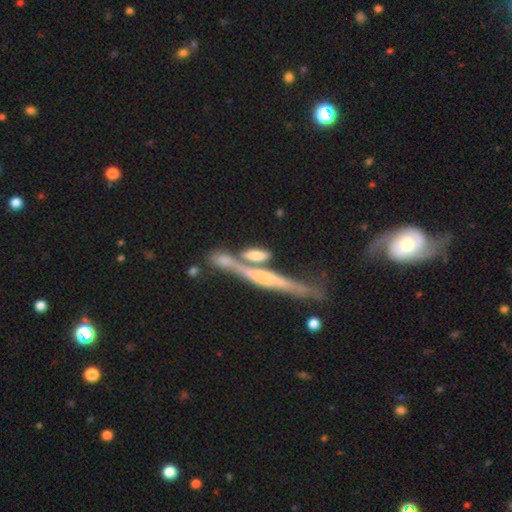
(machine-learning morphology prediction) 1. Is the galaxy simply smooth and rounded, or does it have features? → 60% smooth, 32% featured or disk, 8% star or artifact.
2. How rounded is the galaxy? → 58% cigar-shaped, 37% in between, 5% round.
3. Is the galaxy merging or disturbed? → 49% none, 32% merger, 14% minor disturbance, 6% major disturbance.